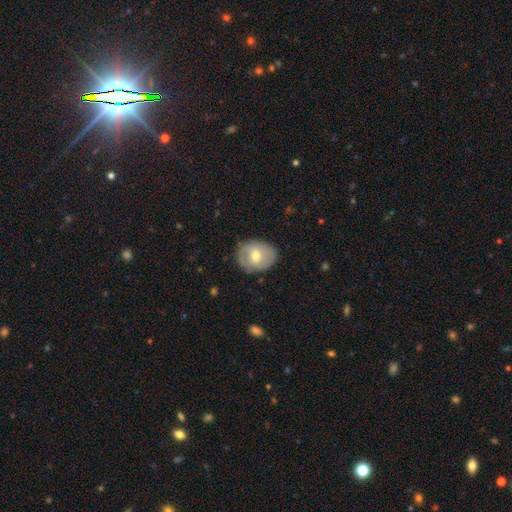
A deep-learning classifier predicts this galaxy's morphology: This is possibly a smooth galaxy (51%). How rounded: possibly round (52%). Merging: likely none (77%).